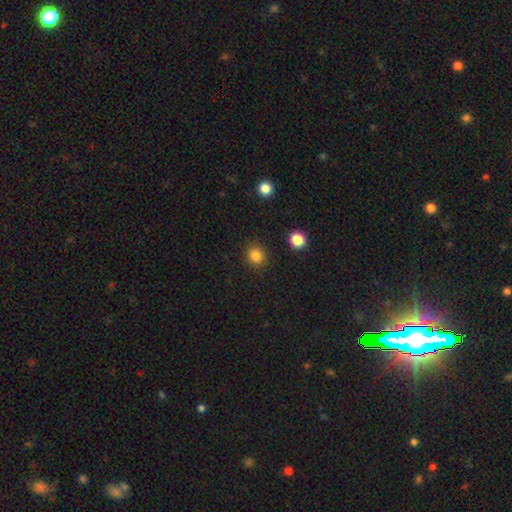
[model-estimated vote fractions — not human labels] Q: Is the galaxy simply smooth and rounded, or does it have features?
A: smooth — 84%.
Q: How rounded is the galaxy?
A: round — 89%.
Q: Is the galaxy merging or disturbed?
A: none — 90%.